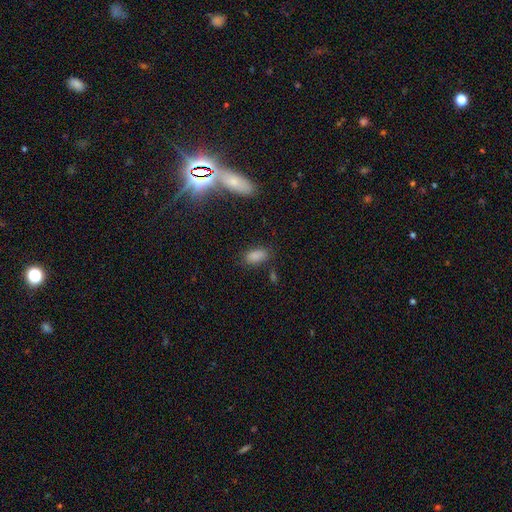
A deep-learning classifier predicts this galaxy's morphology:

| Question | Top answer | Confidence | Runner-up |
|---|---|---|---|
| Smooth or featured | smooth | 85% | star or artifact (10%) |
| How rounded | in between | 92% | cigar-shaped (5%) |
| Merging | none | 78% | minor disturbance (14%) |